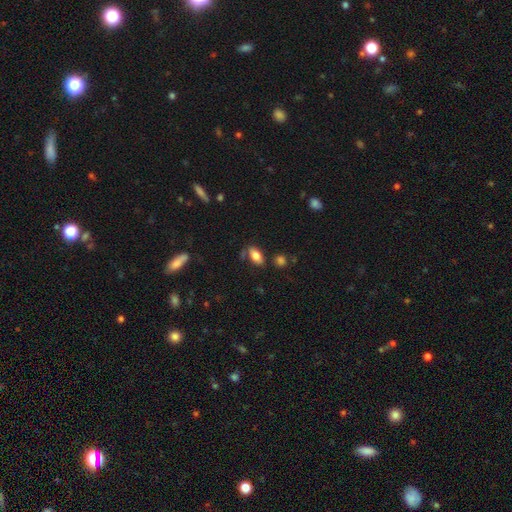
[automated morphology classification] This is likely a smooth galaxy (80%). How rounded: clearly in between (89%). Merging: likely none (73%).